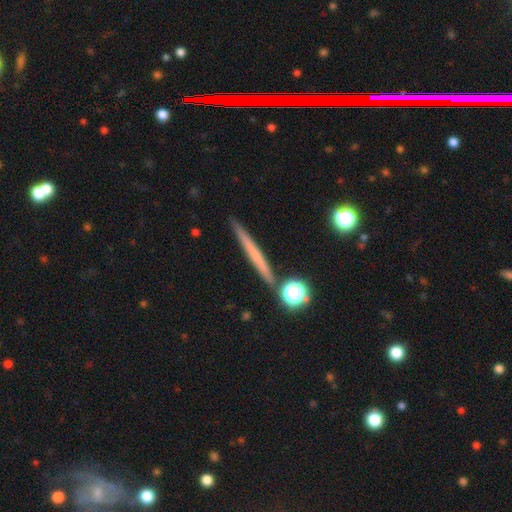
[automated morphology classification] The model was most divided on "smooth or featured": smooth: 51%, featured or disk: 40%, star or artifact: 9%. More confident: how rounded — cigar-shaped (94%); merging — none (87%).